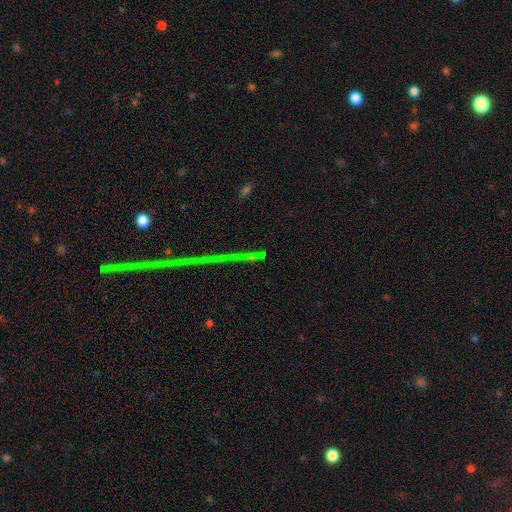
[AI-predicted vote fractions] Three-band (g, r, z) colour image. It shows a star or artifact, not a galaxy (72%).